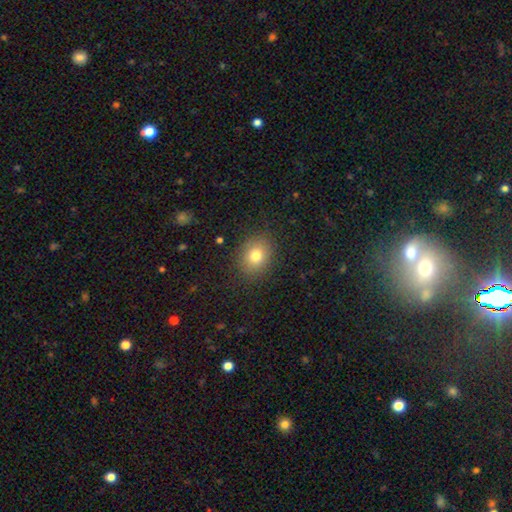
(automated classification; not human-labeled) Overall: smooth (79%). How rounded: in between (51%; round 48%). Merging: none (86%).